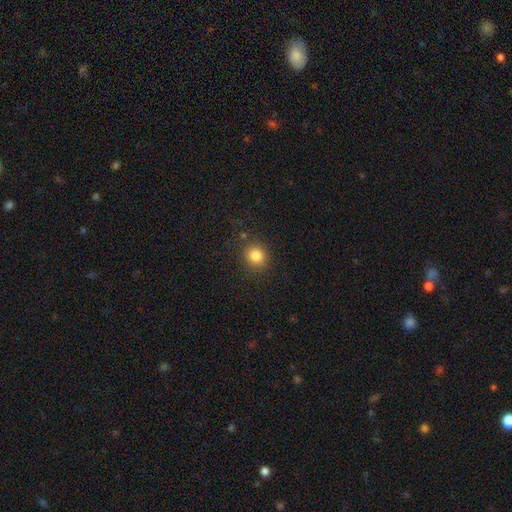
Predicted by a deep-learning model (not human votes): Smooth or featured?
  - smooth: 82% *
  - star or artifact: 12%
  - featured or disk: 6%
How rounded?
  - round: 86% *
  - in between: 13%
  - cigar-shaped: 1%
Merging?
  - none: 86% *
  - minor disturbance: 9%
  - major disturbance: 3%
  - merger: 2%